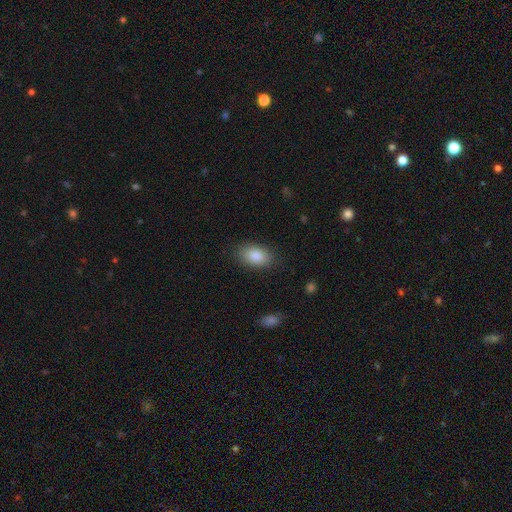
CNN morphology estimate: A smooth galaxy with no disk features (85%) that is in between round and cigar-shaped (90%). Merging: none (85%).